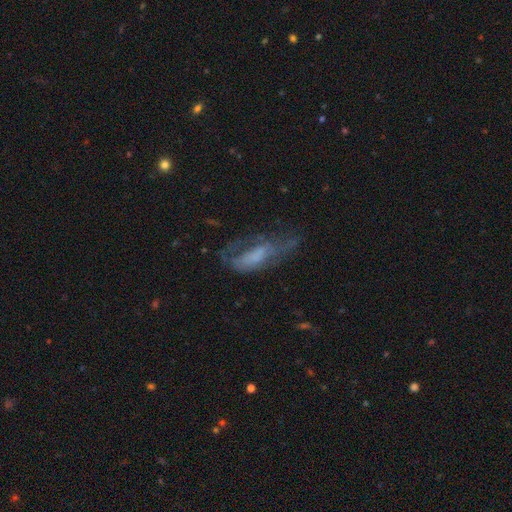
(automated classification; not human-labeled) A featured or disk galaxy (50%). Merging: major disturbance (40%).